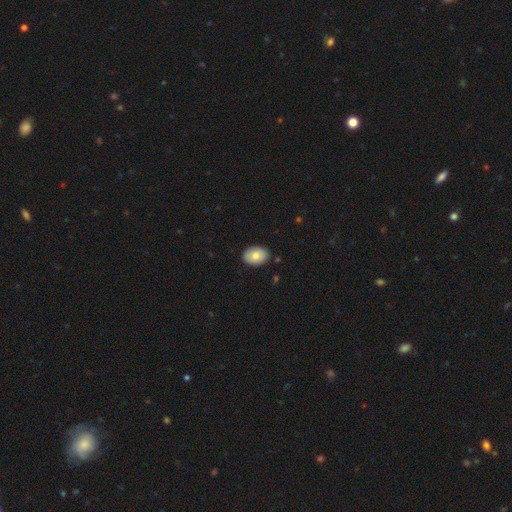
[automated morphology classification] smooth_or_featured: smooth (p=0.78) [alt: featured or disk p=0.15]
how_rounded: in between (p=0.82) [alt: round p=0.17]
merging: none (p=0.88) [alt: minor disturbance p=0.09]